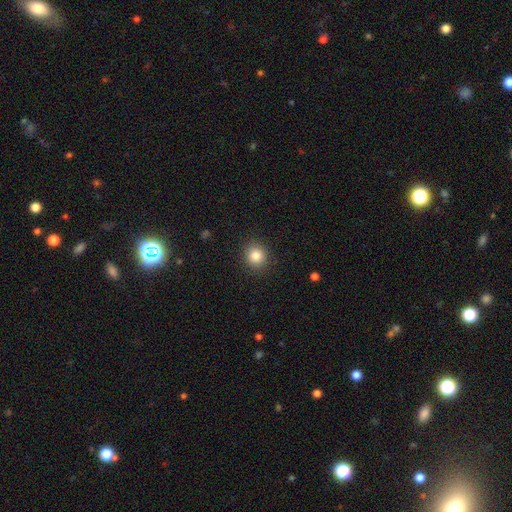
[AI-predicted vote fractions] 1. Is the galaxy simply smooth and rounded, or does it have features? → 84% smooth, 11% star or artifact, 5% featured or disk.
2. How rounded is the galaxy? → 88% round, 11% in between, 1% cigar-shaped.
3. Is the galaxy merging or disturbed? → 90% none, 7% minor disturbance, 2% major disturbance, 1% merger.